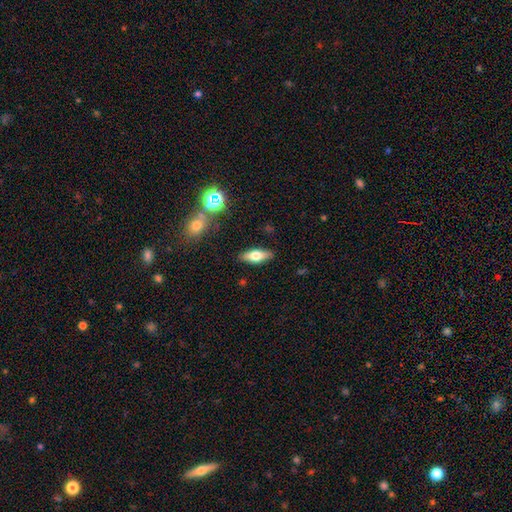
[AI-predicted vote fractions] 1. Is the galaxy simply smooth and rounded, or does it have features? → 62% smooth, 30% featured or disk, 8% star or artifact.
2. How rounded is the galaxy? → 70% in between, 27% cigar-shaped, 3% round.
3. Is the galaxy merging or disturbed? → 87% none, 9% minor disturbance, 2% major disturbance, 2% merger.